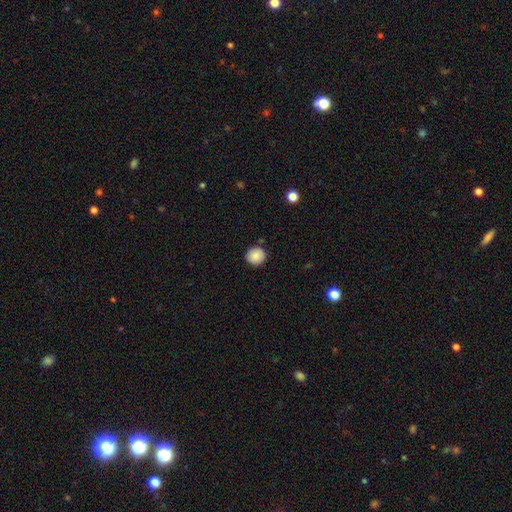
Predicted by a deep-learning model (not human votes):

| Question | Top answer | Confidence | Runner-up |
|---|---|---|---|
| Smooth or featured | smooth | 84% | star or artifact (8%) |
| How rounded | round | 91% | in between (8%) |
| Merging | none | 87% | minor disturbance (9%) |